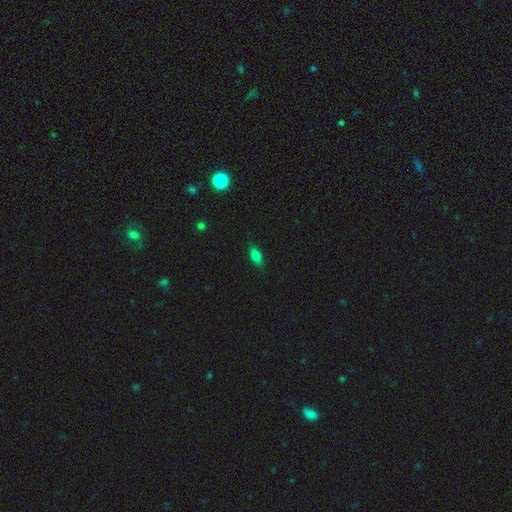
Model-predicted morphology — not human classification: smooth-or-featured: smooth: 76% | featured or disk: 14% | star or artifact: 10%
  how-rounded: in between: 81% | cigar-shaped: 14% | round: 6%
  merging: none: 83% | minor disturbance: 13% | major disturbance: 3% | merger: 1%